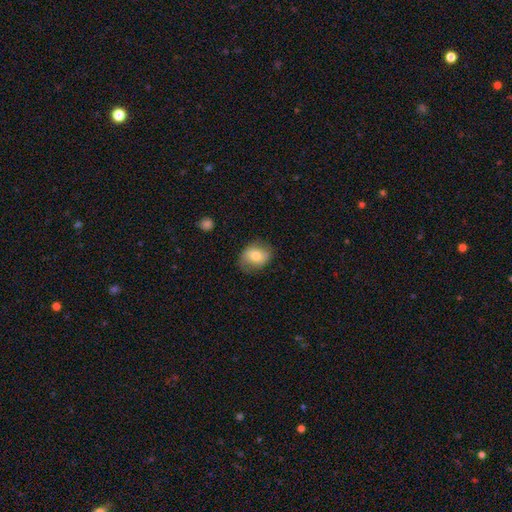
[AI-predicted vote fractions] Smooth or featured?
  - smooth: 67% *
  - featured or disk: 25%
  - star or artifact: 8%
How rounded?
  - in between: 51% *
  - round: 48%
  - cigar-shaped: 1%
Merging?
  - none: 69% *
  - minor disturbance: 23%
  - major disturbance: 8%
  - merger: 1%